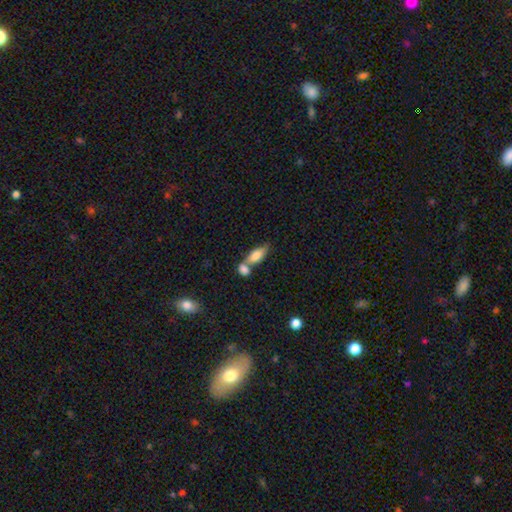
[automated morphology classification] Smooth or featured: smooth — 78% (featured or disk — 15%)
How rounded: in between — 79% (cigar-shaped — 17%)
Merging: merger — 56% (none — 30%)